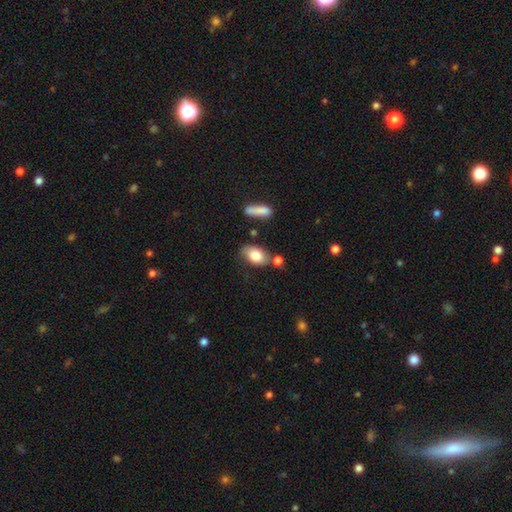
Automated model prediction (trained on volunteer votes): Smooth or featured? Predicted: smooth (p=0.80). How rounded? Predicted: in between (p=0.88). Merging? Predicted: none (p=0.64).